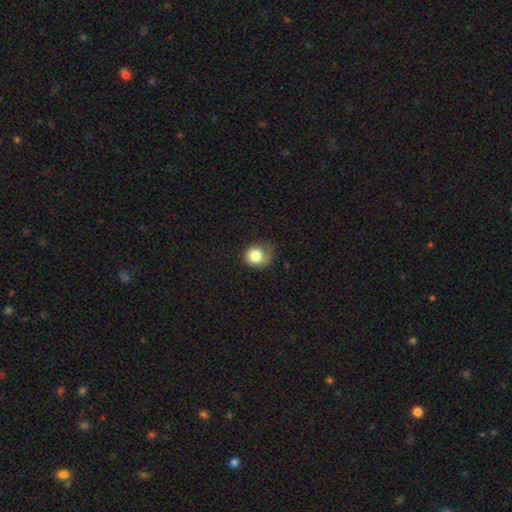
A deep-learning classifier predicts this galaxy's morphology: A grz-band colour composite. It shows a smooth galaxy with no disk features (83%) that is round (77%). Merging: none (42%).